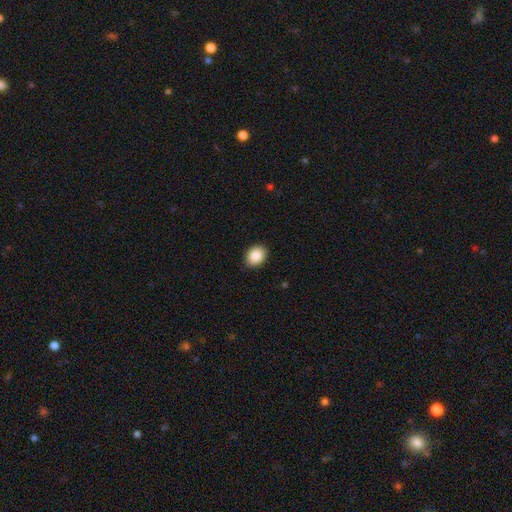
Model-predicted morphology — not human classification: This appears to be a smooth galaxy with no disk features (88%) that is in between round and cigar-shaped (53%). Merging: none (89%).